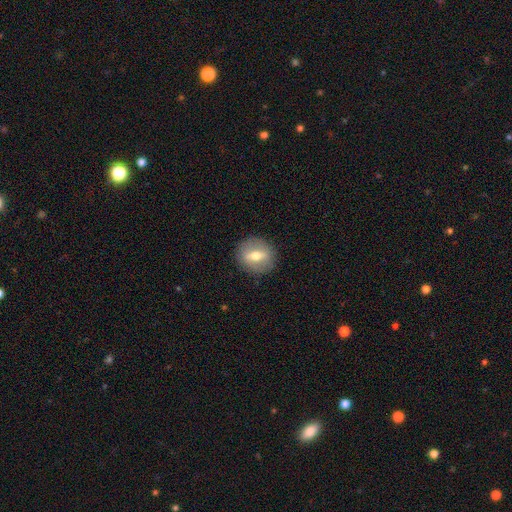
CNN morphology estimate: type=smooth (50%); merging=none (87%).